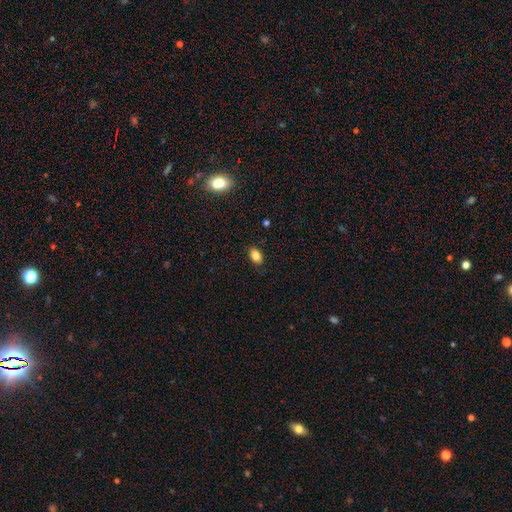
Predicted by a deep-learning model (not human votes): smooth_or_featured: smooth (p=0.84) [alt: star or artifact p=0.09]
how_rounded: in between (p=0.86) [alt: round p=0.13]
merging: none (p=0.86) [alt: minor disturbance p=0.10]